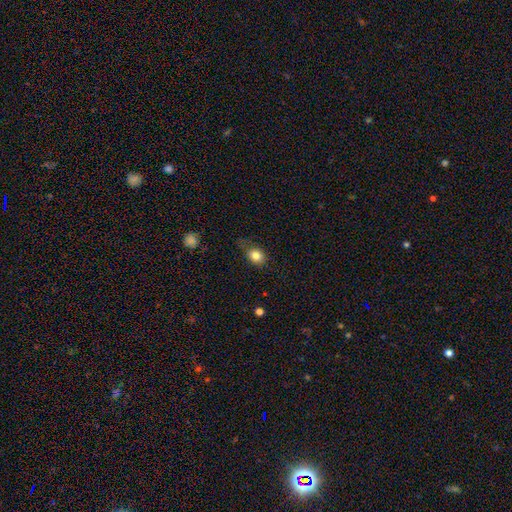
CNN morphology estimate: Smooth or featured?
  - smooth: 82% *
  - star or artifact: 10%
  - featured or disk: 8%
How rounded?
  - round: 50% *
  - in between: 49%
  - cigar-shaped: 1%
Merging?
  - none: 65% *
  - minor disturbance: 25%
  - major disturbance: 8%
  - merger: 2%